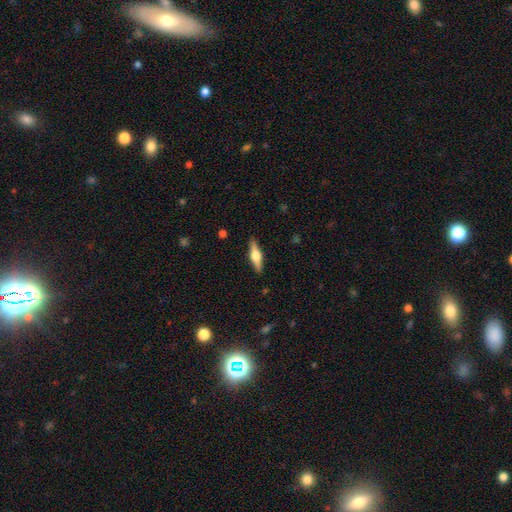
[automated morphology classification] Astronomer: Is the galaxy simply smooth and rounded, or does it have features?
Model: featured or disk — 62%.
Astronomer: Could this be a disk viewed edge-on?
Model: yes — 96%.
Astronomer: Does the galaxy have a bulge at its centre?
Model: rounded — 94%.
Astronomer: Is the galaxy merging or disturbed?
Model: none — 90%.